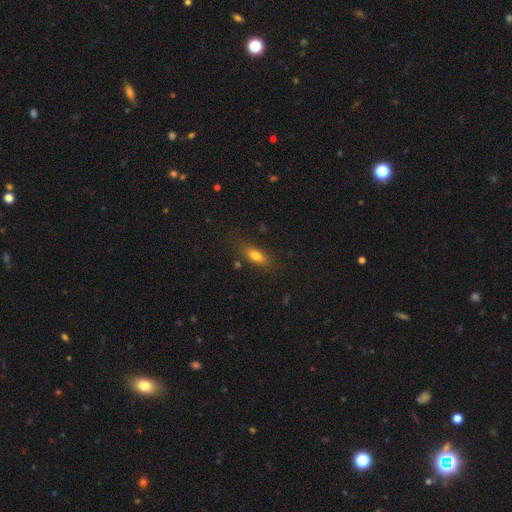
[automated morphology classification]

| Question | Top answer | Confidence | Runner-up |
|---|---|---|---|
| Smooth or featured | smooth | 78% | featured or disk (13%) |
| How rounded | in between | 76% | cigar-shaped (20%) |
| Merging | none | 77% | minor disturbance (15%) |